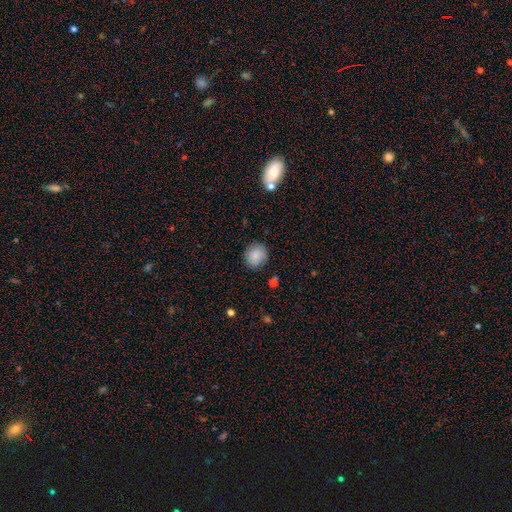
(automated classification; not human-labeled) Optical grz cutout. It shows a smooth galaxy with no disk features (85%) that is round (78%). Merging: none (85%).